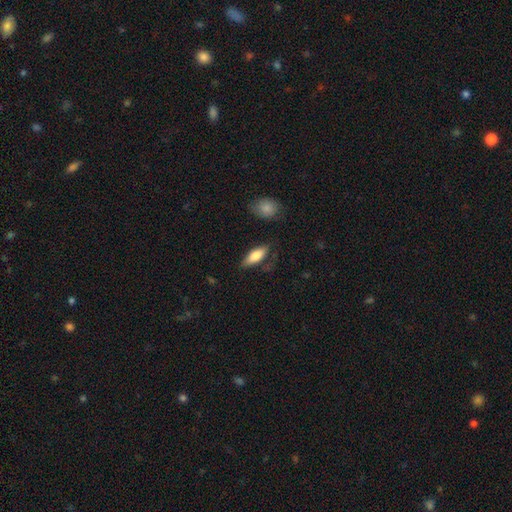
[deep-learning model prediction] smooth 77%, featured or disk 16%, star or artifact 6%. Down the decision tree: how rounded — in between (71%); merging — none (70%).